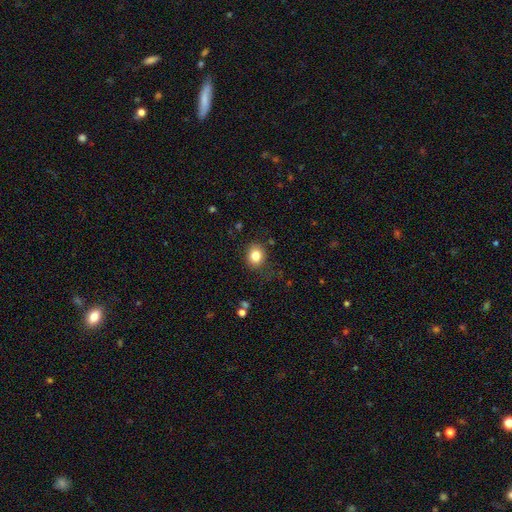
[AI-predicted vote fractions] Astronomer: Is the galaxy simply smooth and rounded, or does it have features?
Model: smooth — 82%.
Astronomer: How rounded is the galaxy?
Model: round — 62% (runner-up: in between, 38%).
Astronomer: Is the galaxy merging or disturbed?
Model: none — 82%.